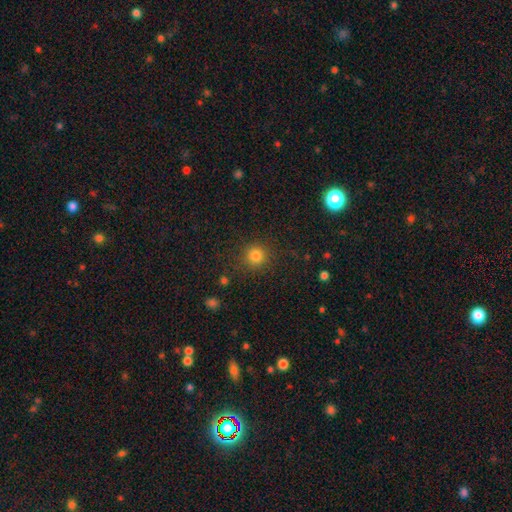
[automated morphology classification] This is clearly a smooth galaxy (81%). How rounded: clearly round (93%). Merging: clearly none (88%).